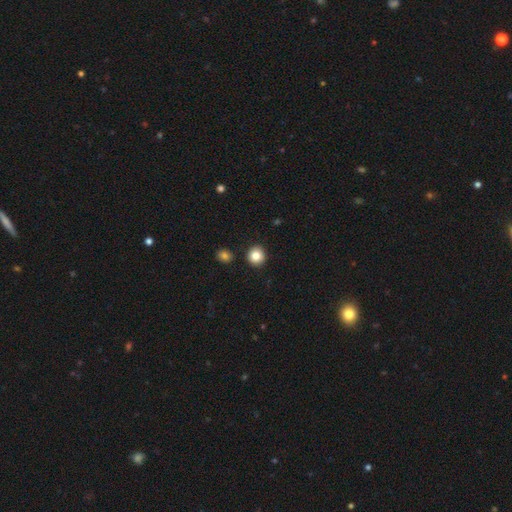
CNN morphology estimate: Smooth or featured: smooth — 84% (star or artifact — 10%)
How rounded: round — 92% (in between — 7%)
Merging: none — 91% (minor disturbance — 5%)